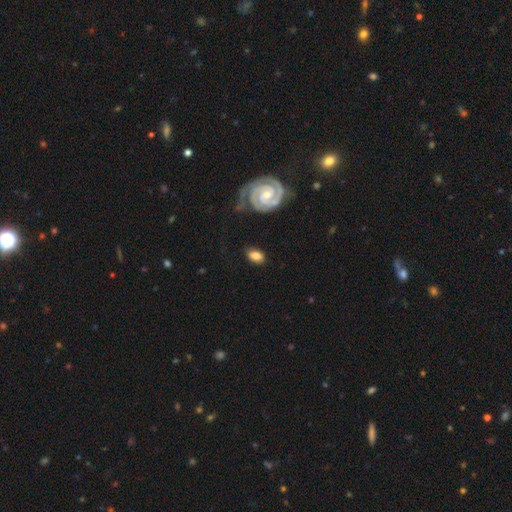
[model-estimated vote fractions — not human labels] Q: Smooth or featured?
A: smooth (63%); runner-up: featured or disk (30%)
Q: How rounded?
A: in between (88%); runner-up: round (10%)
Q: Merging?
A: none (78%); runner-up: minor disturbance (15%)